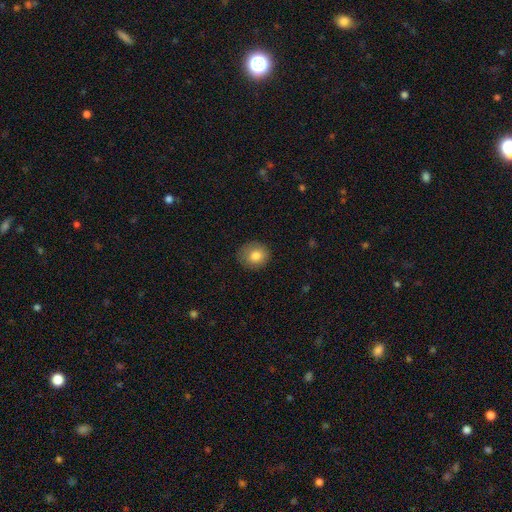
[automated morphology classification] Q: Smooth or featured?
A: smooth (81%); runner-up: featured or disk (10%)
Q: How rounded?
A: round (80%); runner-up: in between (19%)
Q: Merging?
A: none (85%); runner-up: minor disturbance (11%)